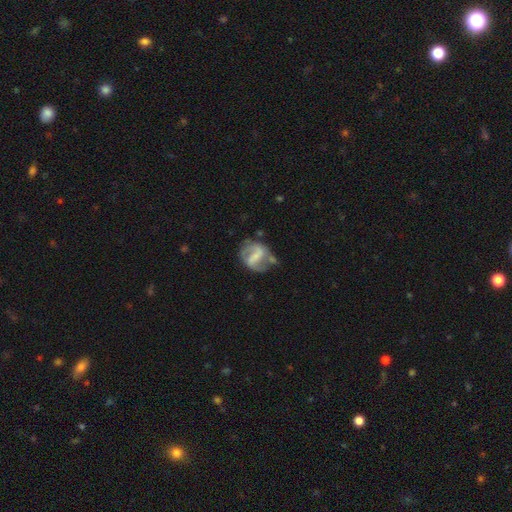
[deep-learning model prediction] smooth-or-featured: featured or disk: 71% | smooth: 22% | star or artifact: 7%
  disk-edge-on: no: 97% | yes: 3%
    bar: strong: 46% | weak: 39% | no: 15%
    has-spiral-arms: yes: 78% | no: 22%
      spiral-winding: medium: 43% | loose: 37% | tight: 19%
      spiral-arm-count: 2: 81% | can't tell: 10% | 1: 6% | 3: 2% | 4: 1% | more than 4: 1%
    bulge-size: small: 40% | none: 33% | moderate: 21% | large: 4% | dominant: 1%
  merging: none: 49% | minor disturbance: 24% | major disturbance: 18% | merger: 9%